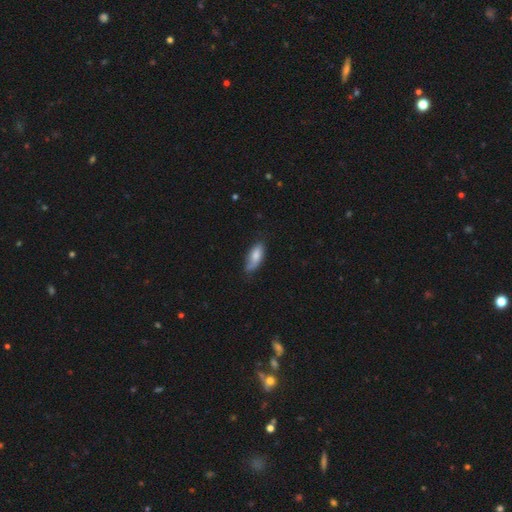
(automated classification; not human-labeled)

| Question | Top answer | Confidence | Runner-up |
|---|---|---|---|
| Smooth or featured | smooth | 75% | featured or disk (18%) |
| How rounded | in between | 78% | cigar-shaped (20%) |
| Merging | none | 62% | minor disturbance (30%) |